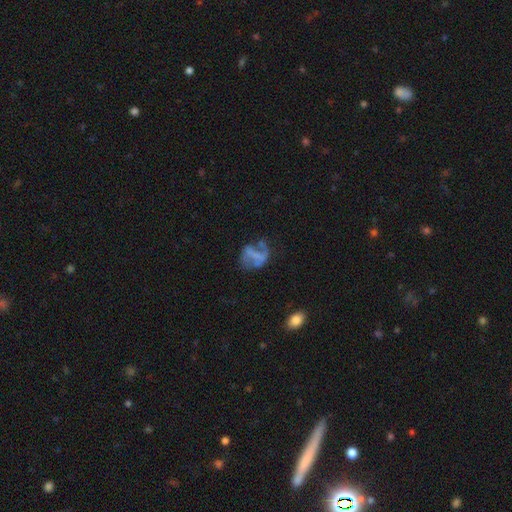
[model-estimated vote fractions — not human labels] Smooth or featured? Predicted: featured or disk (p=0.56). Edge-on disk? Predicted: no (p=0.97). Bar? Predicted: no (p=0.47). Spiral arms? Predicted: no (p=0.60). Bulge size? Predicted: none (p=0.74). Merging? Predicted: none (p=0.39).